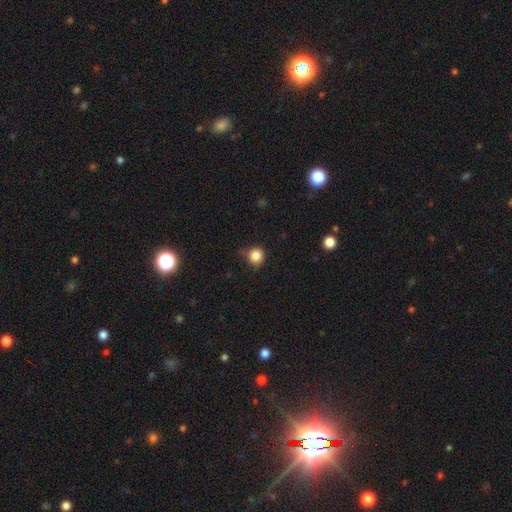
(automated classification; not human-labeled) smooth 84%, star or artifact 11%, featured or disk 5%. Down the decision tree: how rounded — round (88%); merging — none (70%).